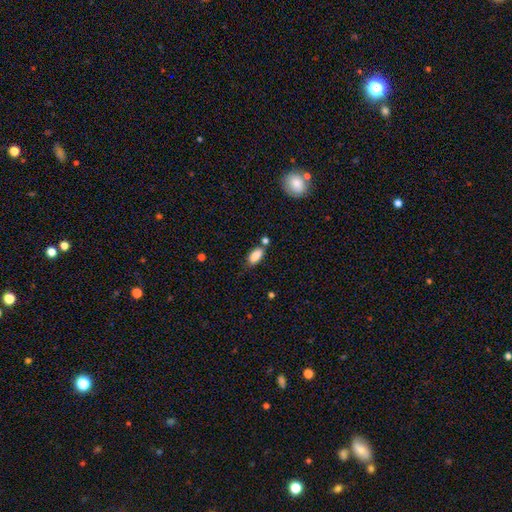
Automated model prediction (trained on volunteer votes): Morphology: type=smooth (86%); roundness=in between (86%); merging=none (66%).